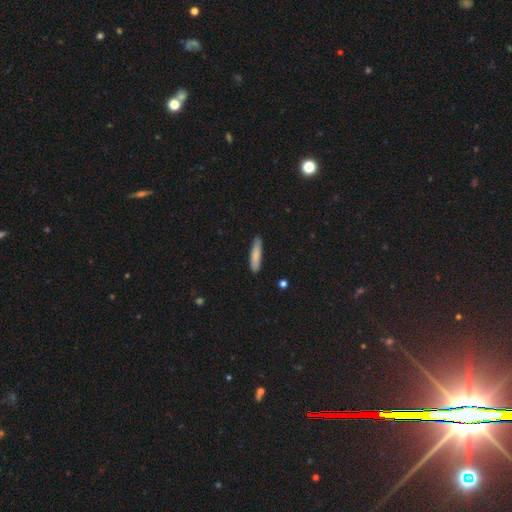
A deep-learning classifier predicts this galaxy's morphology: smooth_or_featured: smooth (p=0.82) [alt: featured or disk p=0.13]
how_rounded: cigar-shaped (p=0.83) [alt: in between p=0.16]
merging: none (p=0.84) [alt: minor disturbance p=0.13]